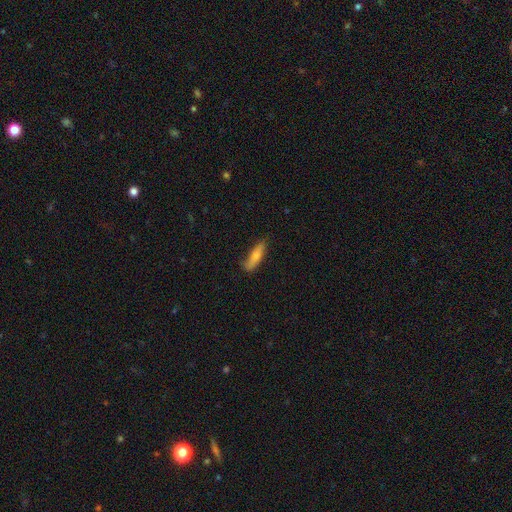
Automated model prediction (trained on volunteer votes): Smooth or featured: smooth — 67% (featured or disk — 27%)
How rounded: cigar-shaped — 65% (in between — 33%)
Merging: none — 73% (minor disturbance — 22%)